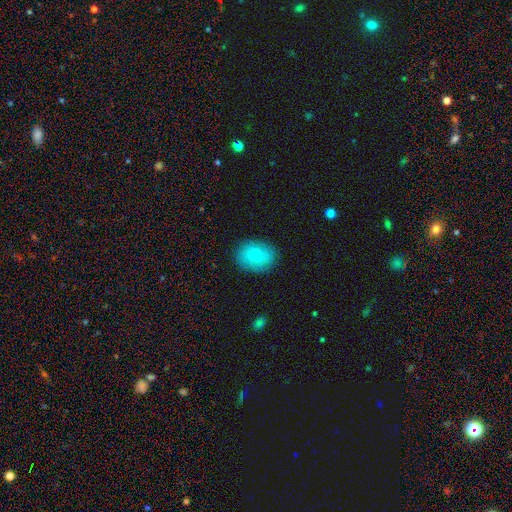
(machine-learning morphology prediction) Overall: smooth (70%). How rounded: in between (51%; round 48%). Merging: none (85%).